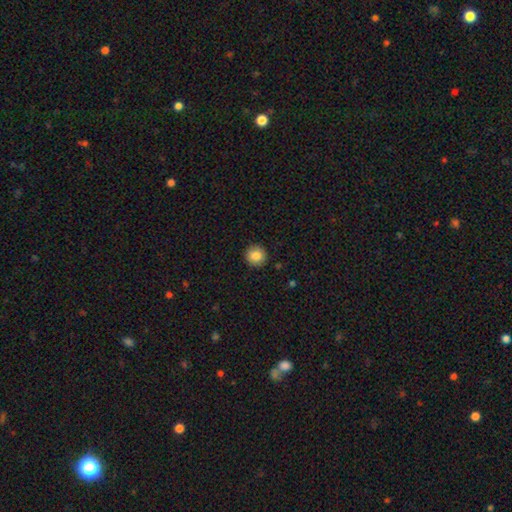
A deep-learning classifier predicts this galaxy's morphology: smooth_or_featured: smooth (p=0.85) [alt: star or artifact p=0.09]
how_rounded: round (p=0.94) [alt: in between p=0.05]
merging: none (p=0.92) [alt: minor disturbance p=0.06]